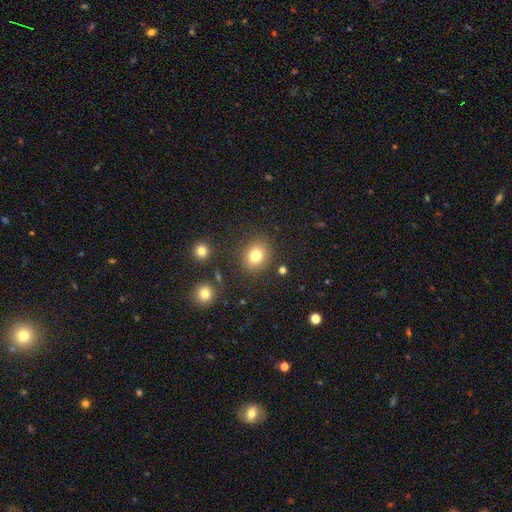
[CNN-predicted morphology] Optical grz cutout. It shows a smooth galaxy with no disk features (80%) that is round (72%). Merging: none (85%).